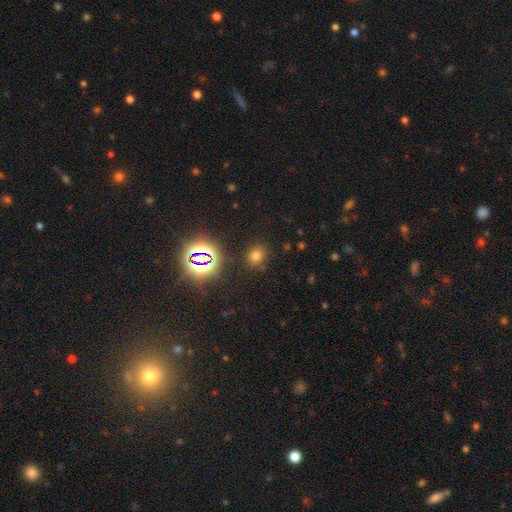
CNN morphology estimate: smooth_or_featured: smooth (p=0.65) [alt: star or artifact p=0.28]
how_rounded: round (p=0.59) [alt: in between p=0.40]
merging: none (p=0.82) [alt: minor disturbance p=0.11]